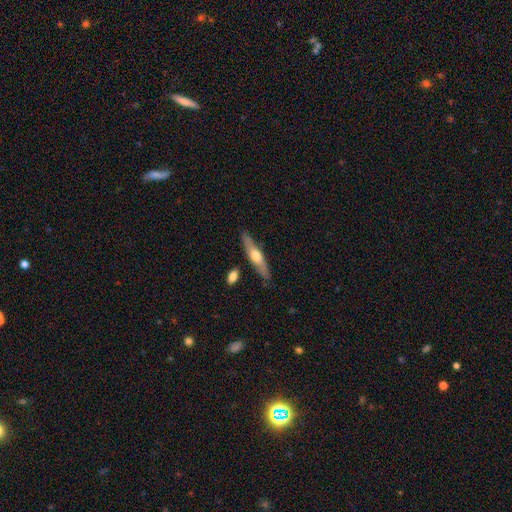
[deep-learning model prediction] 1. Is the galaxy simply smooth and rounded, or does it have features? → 51% featured or disk, 44% smooth, 5% star or artifact.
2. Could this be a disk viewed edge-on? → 85% yes, 15% no.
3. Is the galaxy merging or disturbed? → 81% none, 12% minor disturbance, 4% merger, 2% major disturbance.